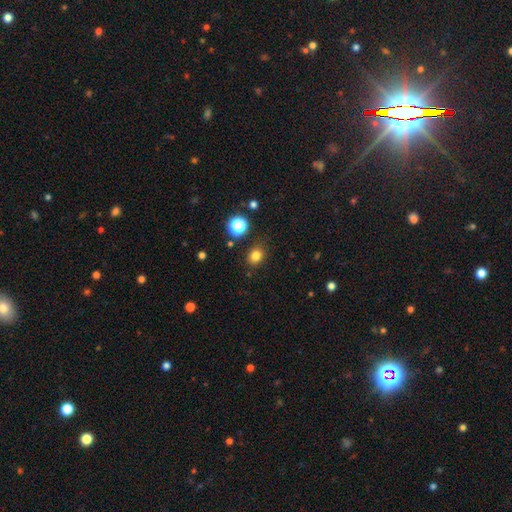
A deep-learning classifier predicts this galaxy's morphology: The model was most divided on "how rounded": round: 59%, in between: 40%, cigar-shaped: 1%. More confident: merging — none (85%); smooth or featured — smooth (80%).